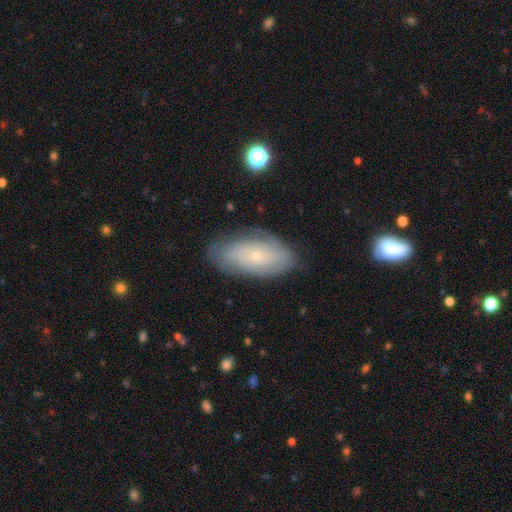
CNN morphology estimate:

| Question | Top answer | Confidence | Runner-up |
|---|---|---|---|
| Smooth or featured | featured or disk | 59% | smooth (33%) |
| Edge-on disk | no | 91% | yes (9%) |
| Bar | no | 82% | weak (15%) |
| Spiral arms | yes | 78% | no (22%) |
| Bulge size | small | 84% | moderate (12%) |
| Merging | none | 77% | minor disturbance (17%) |